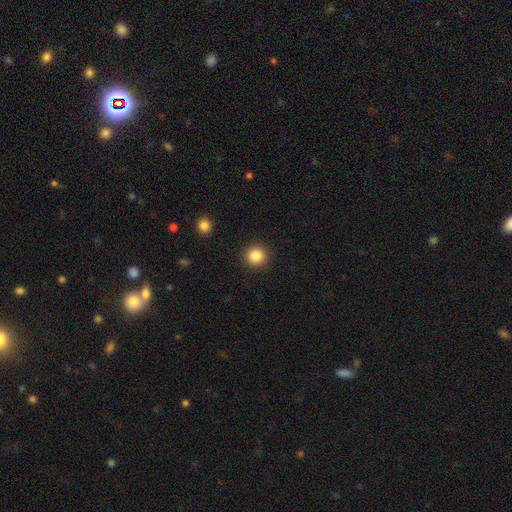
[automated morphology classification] This is clearly a smooth galaxy (86%). How rounded: clearly round (93%). Merging: clearly none (92%).